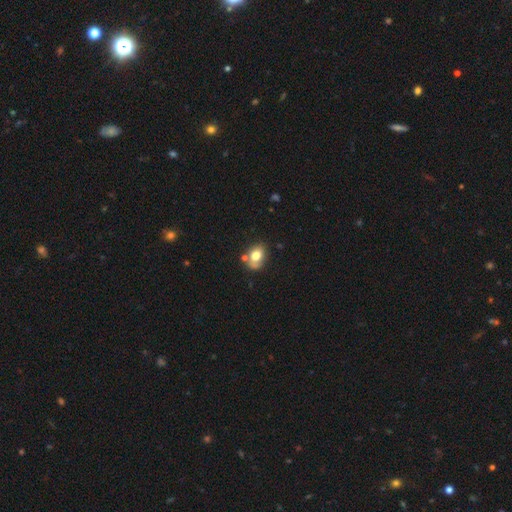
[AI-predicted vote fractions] The model was most divided on "merging": none: 50%, minor disturbance: 23%, merger: 19%, major disturbance: 9%. More confident: smooth or featured — smooth (72%); how rounded — in between (68%).